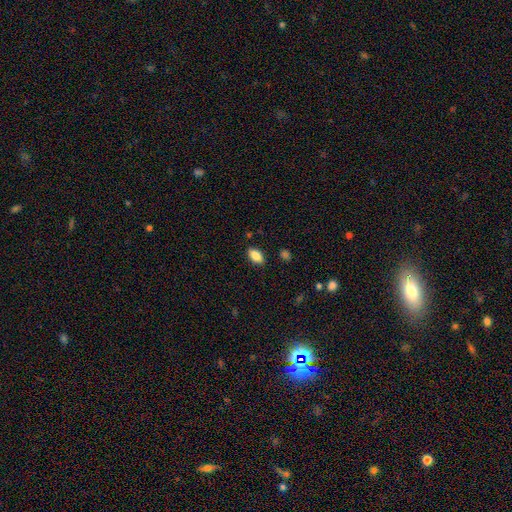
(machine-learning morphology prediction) Smooth or featured? smooth (86%)
How rounded? in between (91%)
Merging? none (86%)